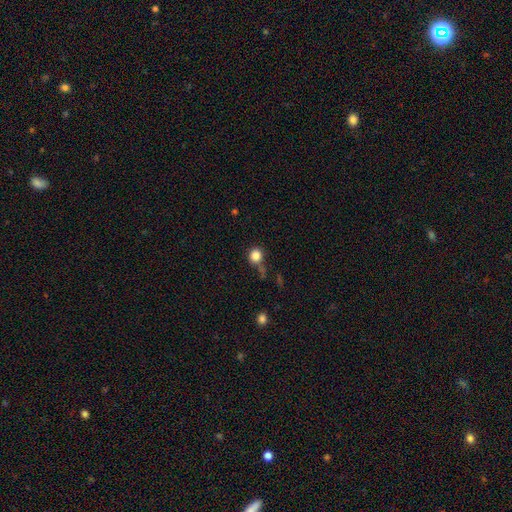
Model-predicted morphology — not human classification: A smooth galaxy with no disk features (84%) that is round (87%).

Vote fractions:
- Smooth or featured? smooth: 84% / star or artifact: 11% / featured or disk: 5%
- How rounded? round: 87% / in between: 12% / cigar-shaped: 1%
- Merging? none: 64% / minor disturbance: 19% / merger: 10% / major disturbance: 8%